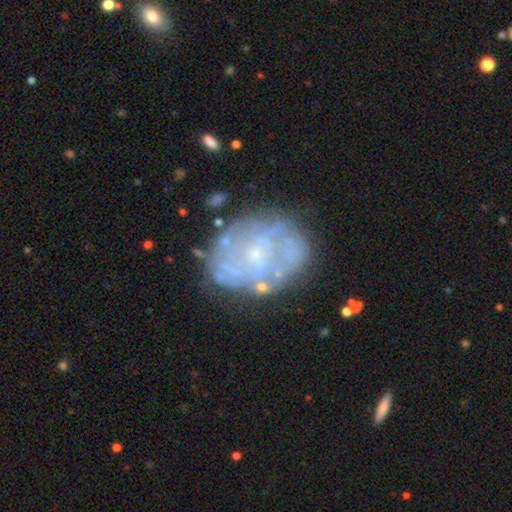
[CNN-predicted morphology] This appears to be a featured or disk galaxy (74%) with no bar (70%), spiral arms (59%) and a small central bulge (69%). Merging: none (68%).